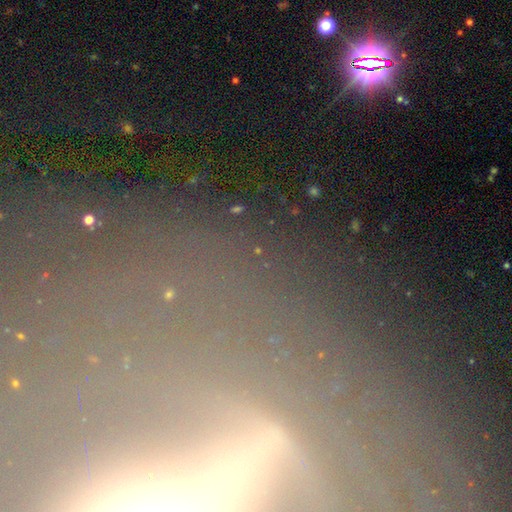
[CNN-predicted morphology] Smooth or featured?
  - star or artifact: 40% *
  - featured or disk: 38%
  - smooth: 21%